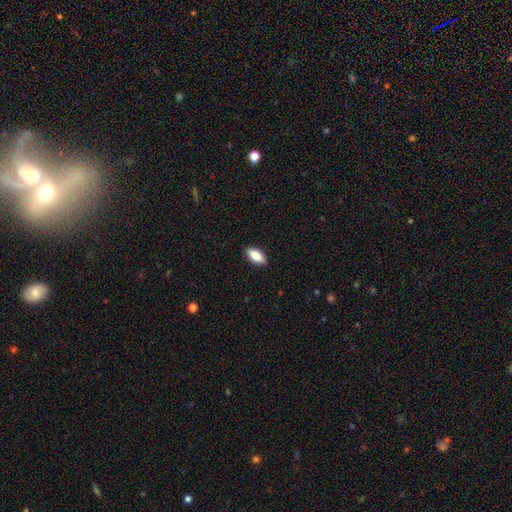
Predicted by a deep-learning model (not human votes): This appears to be a smooth galaxy with no disk features (79%) that is in between round and cigar-shaped (86%). Merging: none (89%).